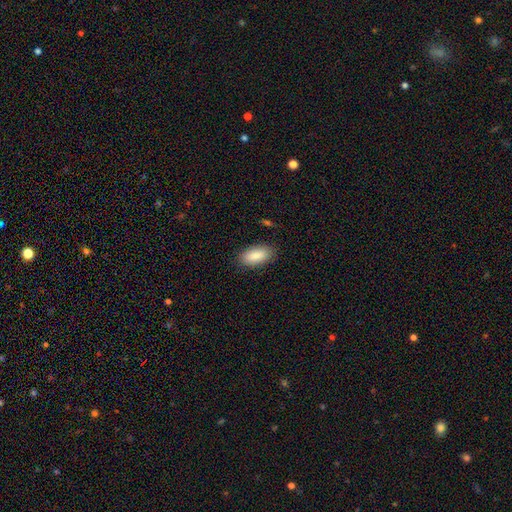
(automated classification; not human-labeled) smooth 87%, featured or disk 7%, star or artifact 6%. Down the decision tree: how rounded — in between (90%); merging — none (87%).